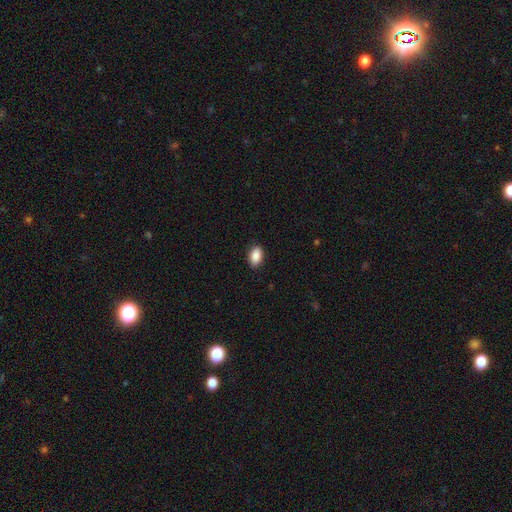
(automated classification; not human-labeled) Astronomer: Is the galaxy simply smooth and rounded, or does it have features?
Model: smooth — 89%.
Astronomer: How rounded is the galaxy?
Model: in between — 91%.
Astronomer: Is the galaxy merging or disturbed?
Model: none — 89%.